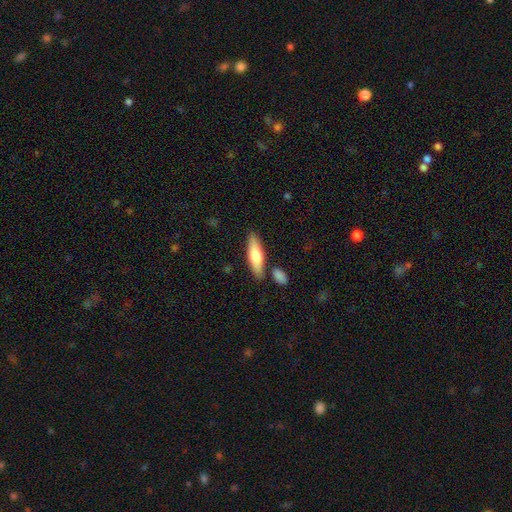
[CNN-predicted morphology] The model was most divided on "how rounded": cigar-shaped: 56%, in between: 42%, round: 2%. More confident: merging — none (80%); smooth or featured — smooth (66%).